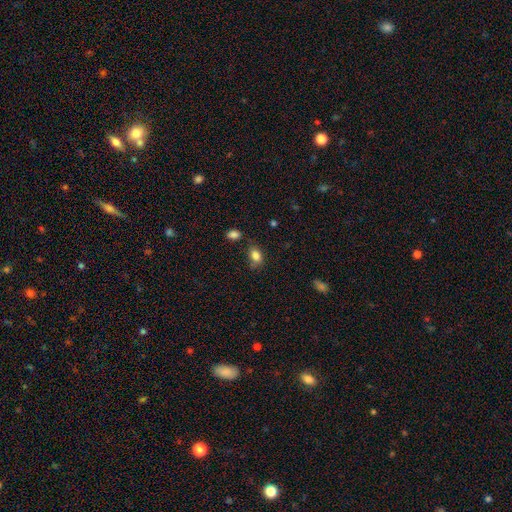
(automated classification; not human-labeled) Q: Smooth or featured?
A: smooth (83%); runner-up: star or artifact (10%)
Q: How rounded?
A: in between (80%); runner-up: round (19%)
Q: Merging?
A: none (66%); runner-up: minor disturbance (23%)